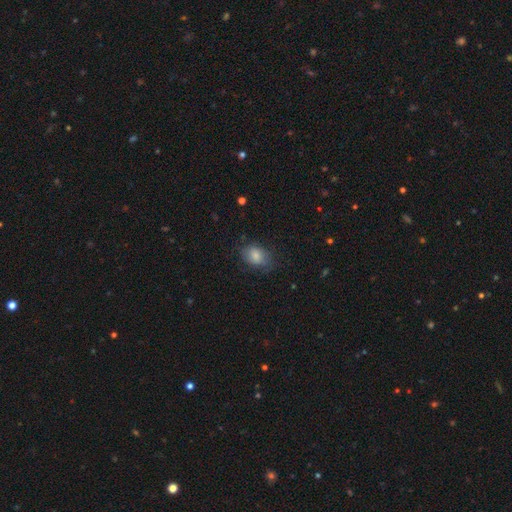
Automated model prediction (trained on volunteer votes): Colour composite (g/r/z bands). It shows a smooth galaxy with no disk features (78%) that is in between round and cigar-shaped (75%). Merging: none (64%).